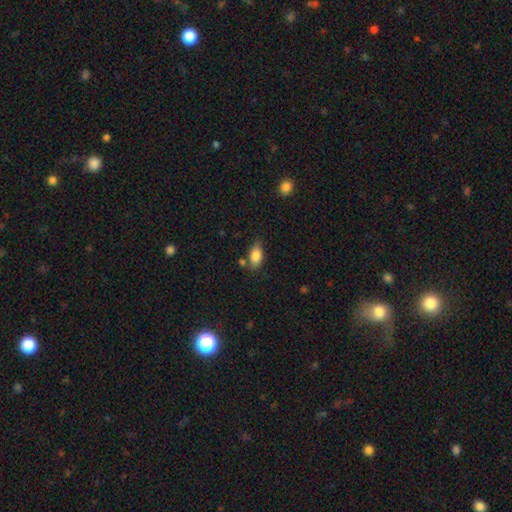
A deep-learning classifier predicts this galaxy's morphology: This is clearly a smooth galaxy (81%). How rounded: clearly in between (88%). Merging: likely none (70%).